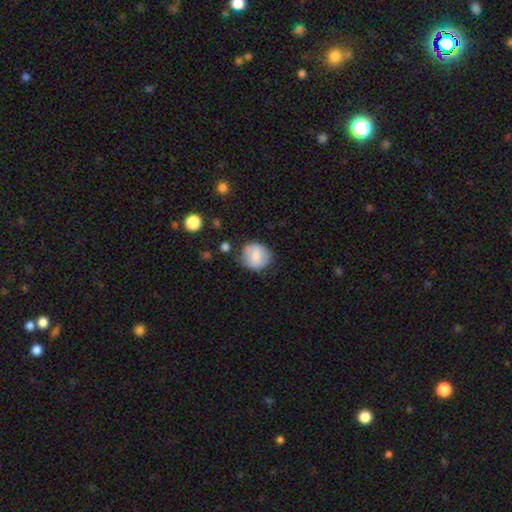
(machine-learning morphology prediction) A smooth galaxy with no disk features (72%) that is round (84%). Merging: none (76%).